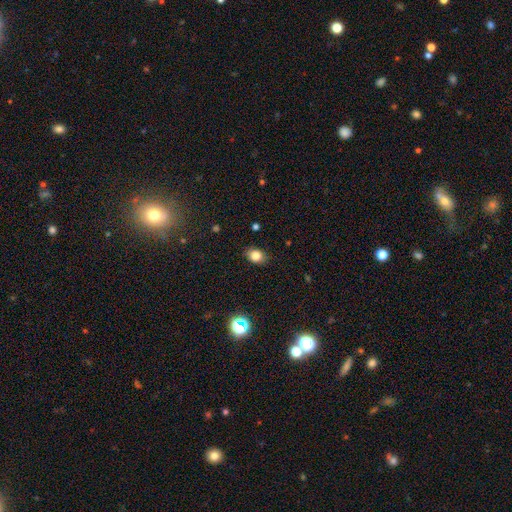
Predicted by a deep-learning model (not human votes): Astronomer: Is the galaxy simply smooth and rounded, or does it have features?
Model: smooth — 82%.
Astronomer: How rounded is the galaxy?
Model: in between — 64%.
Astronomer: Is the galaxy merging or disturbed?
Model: none — 83%.